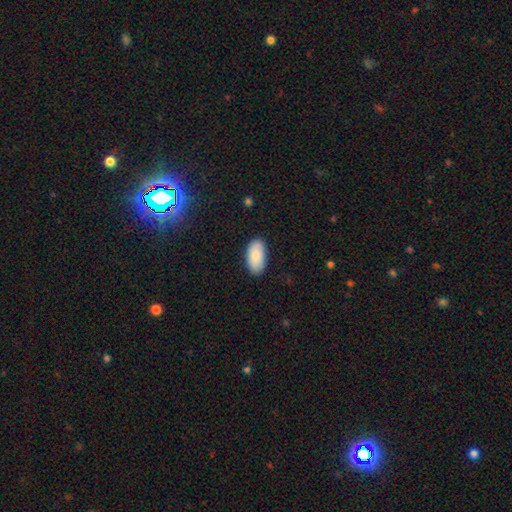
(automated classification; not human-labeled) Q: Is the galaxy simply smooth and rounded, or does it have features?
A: smooth — 88%.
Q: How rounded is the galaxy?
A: in between — 95%.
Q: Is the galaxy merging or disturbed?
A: none — 85%.